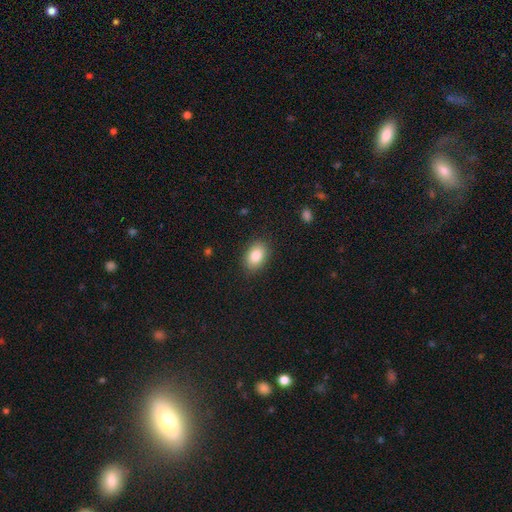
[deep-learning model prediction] A smooth galaxy with no disk features (86%) that is in between round and cigar-shaped (83%). Merging: none (87%).